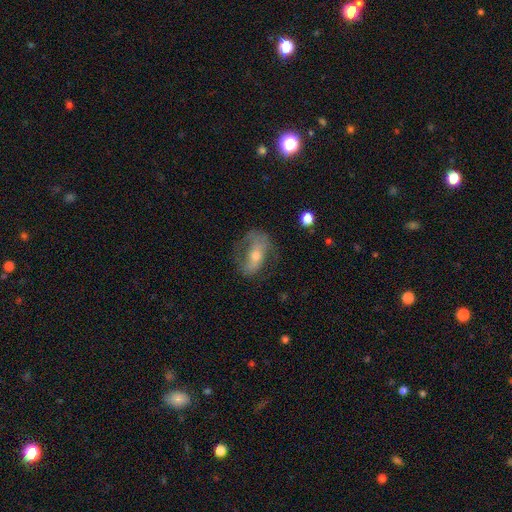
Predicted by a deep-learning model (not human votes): This is likely a featured or disk galaxy (64%). It is clearly not viewed edge-on (92%). Bar: marginally no (39%). Spiral arm pattern: likely yes (68%). Central bulge: possibly moderate (49%). Merging: possibly none (53%).